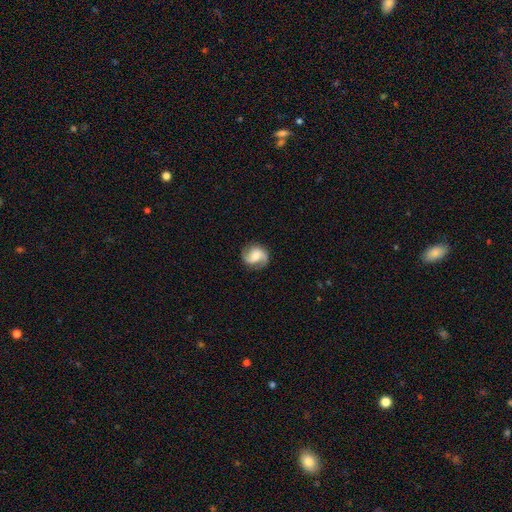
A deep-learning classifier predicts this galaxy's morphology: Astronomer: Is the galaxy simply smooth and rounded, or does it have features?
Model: featured or disk — 72%.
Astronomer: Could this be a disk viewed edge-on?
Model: no — 98%.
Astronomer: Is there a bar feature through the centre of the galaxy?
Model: no — 43% (runner-up: weak, 42%).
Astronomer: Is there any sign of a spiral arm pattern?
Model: yes — 95%.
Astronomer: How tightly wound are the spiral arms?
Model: medium — 45% (runner-up: loose, 36%).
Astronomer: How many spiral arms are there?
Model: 2 — 87%.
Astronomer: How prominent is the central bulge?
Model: moderate — 43% (runner-up: small, 33%).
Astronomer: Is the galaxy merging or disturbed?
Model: none — 79%.